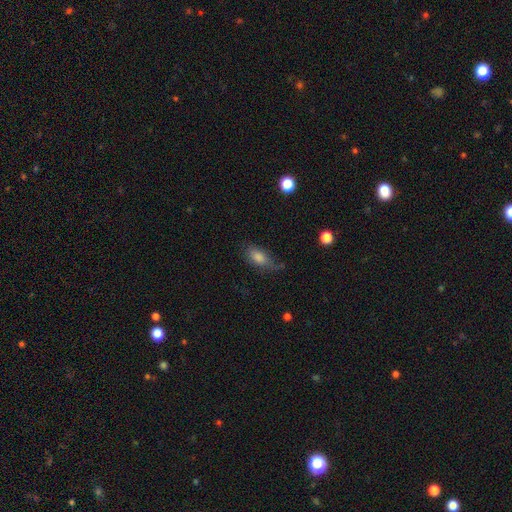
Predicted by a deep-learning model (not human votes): Q: Smooth or featured?
A: smooth (66%); runner-up: featured or disk (19%)
Q: How rounded?
A: in between (77%); runner-up: cigar-shaped (13%)
Q: Merging?
A: none (53%); runner-up: minor disturbance (31%)